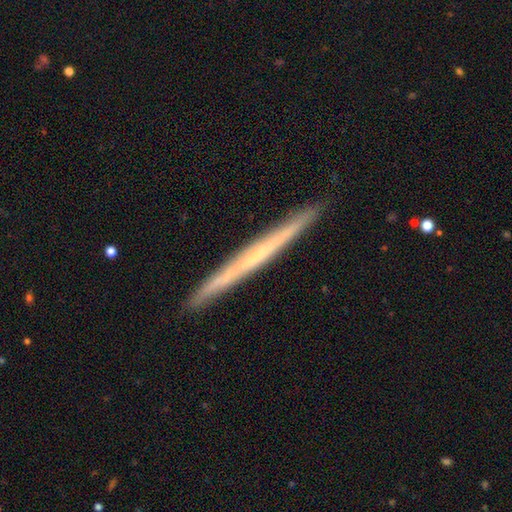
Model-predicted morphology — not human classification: featured or disk 58%, smooth 36%, star or artifact 6%. Down the decision tree: edge-on disk — yes (97%); edge-on bulge — none (85%); merging — none (92%).